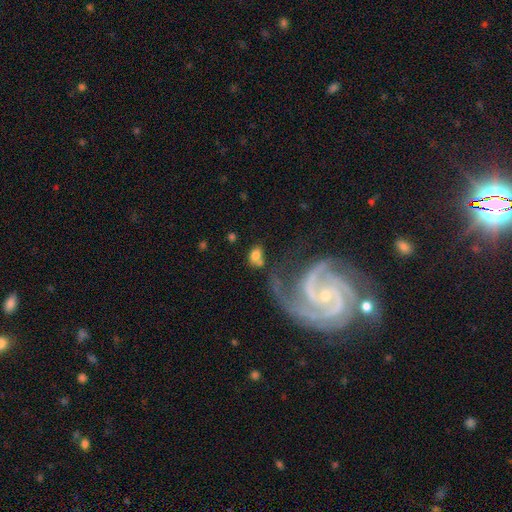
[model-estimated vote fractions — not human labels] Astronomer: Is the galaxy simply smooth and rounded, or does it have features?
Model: smooth — 66%.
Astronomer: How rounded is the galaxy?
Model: in between — 71%.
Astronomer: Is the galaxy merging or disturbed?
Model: none — 49%.